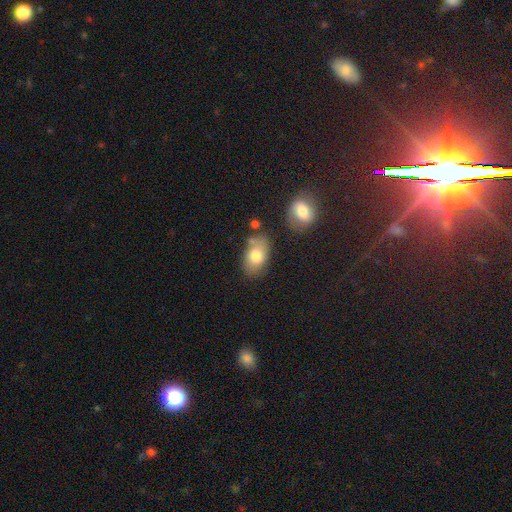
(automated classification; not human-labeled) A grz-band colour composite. It shows a smooth galaxy with no disk features (76%) that is in between round and cigar-shaped (88%). Merging: none (61%).